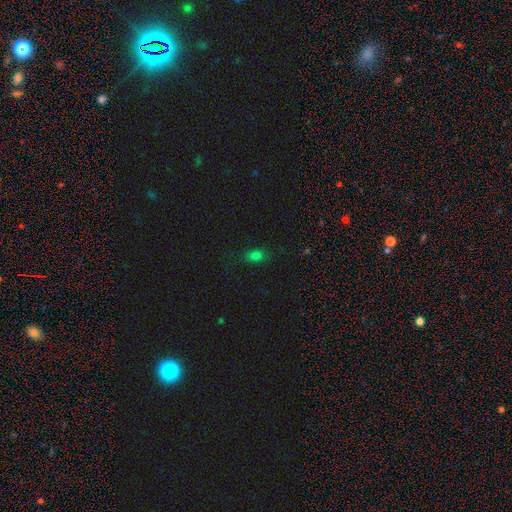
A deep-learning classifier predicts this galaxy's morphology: A smooth galaxy with no disk features (77%) that is in between round and cigar-shaped (80%). Merging: none (78%).